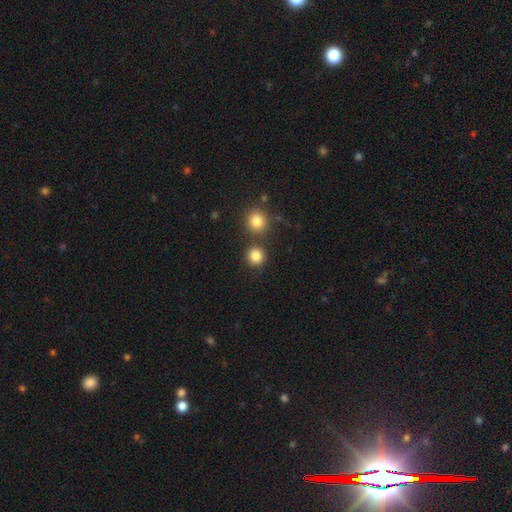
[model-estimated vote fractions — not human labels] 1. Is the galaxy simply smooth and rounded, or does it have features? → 83% smooth, 12% star or artifact, 5% featured or disk.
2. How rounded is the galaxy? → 91% round, 8% in between, 1% cigar-shaped.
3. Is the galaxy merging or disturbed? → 78% none, 12% merger, 7% minor disturbance, 3% major disturbance.